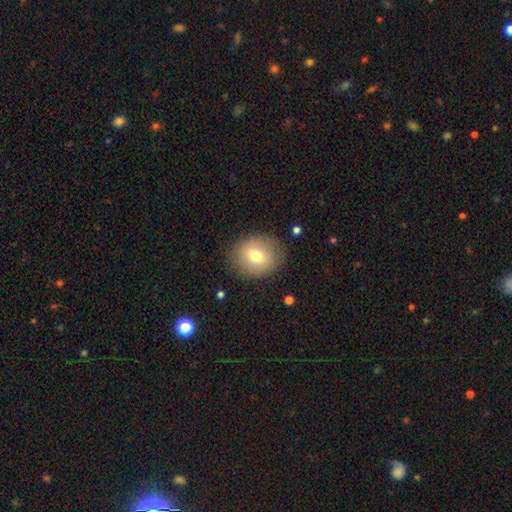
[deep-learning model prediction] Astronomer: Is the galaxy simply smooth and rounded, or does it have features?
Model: smooth — 72%.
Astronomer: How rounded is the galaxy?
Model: round — 68%.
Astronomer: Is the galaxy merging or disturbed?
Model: none — 83%.